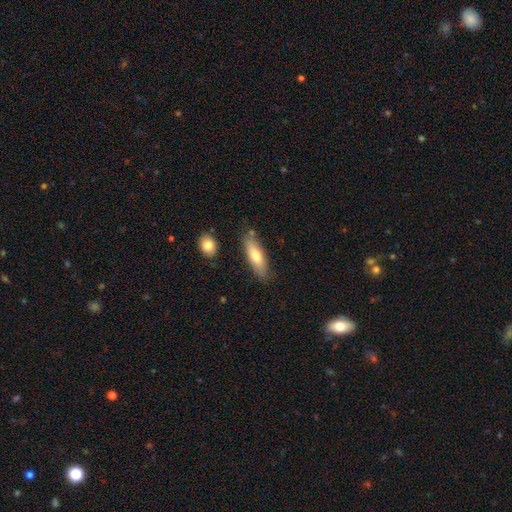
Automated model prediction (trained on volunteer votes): This appears to be a smooth galaxy with no disk features (68%) that is cigar-shaped (52%). Merging: none (76%).